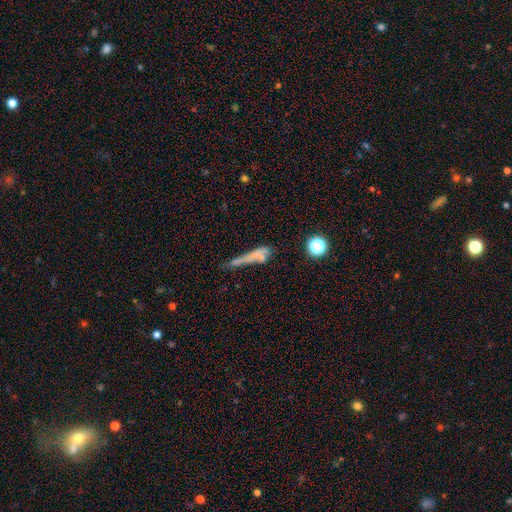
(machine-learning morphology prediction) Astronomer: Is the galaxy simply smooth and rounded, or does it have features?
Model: smooth — 54% (runner-up: featured or disk, 30%).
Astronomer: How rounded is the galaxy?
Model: cigar-shaped — 75%.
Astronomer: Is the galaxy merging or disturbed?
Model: none — 37% (runner-up: major disturbance, 23%).